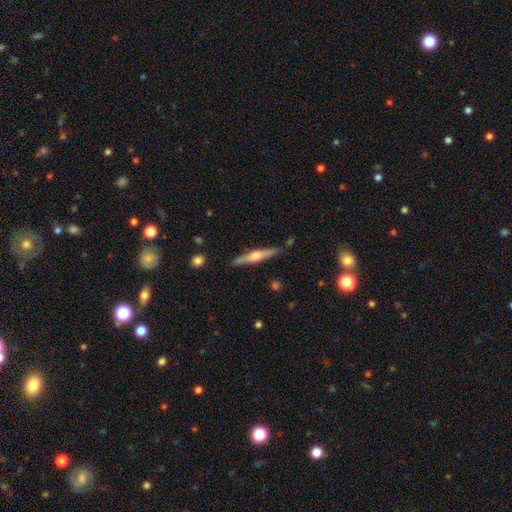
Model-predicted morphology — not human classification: A featured or disk galaxy (70%) viewed edge-on (98%) with a rounded central bulge (87%).

Vote fractions:
- Smooth or featured? featured or disk: 70% / smooth: 24% / star or artifact: 6%
- Edge-on disk? yes: 98% / no: 2%
- Edge-on bulge? rounded: 87% / boxy: 9% / none: 4%
- Merging? none: 87% / minor disturbance: 9% / merger: 2% / major disturbance: 2%